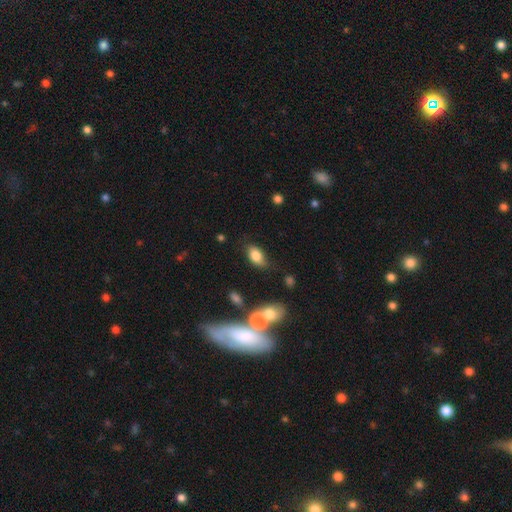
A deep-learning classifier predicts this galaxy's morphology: Overall: smooth (80%). How rounded: in between (89%). Merging: none (68%).